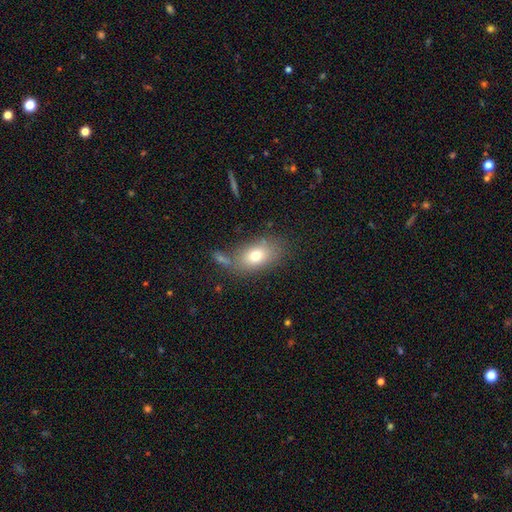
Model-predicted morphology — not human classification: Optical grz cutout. It shows a smooth galaxy with no disk features (74%) that is in between round and cigar-shaped (86%). Merging: none (68%).